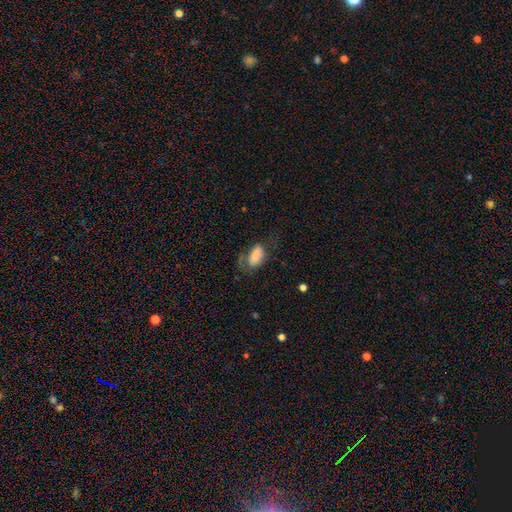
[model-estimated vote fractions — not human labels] Smooth or featured?
  - smooth: 73% *
  - featured or disk: 19%
  - star or artifact: 8%
How rounded?
  - in between: 91% *
  - cigar-shaped: 5%
  - round: 4%
Merging?
  - none: 40% *
  - major disturbance: 31%
  - minor disturbance: 26%
  - merger: 3%